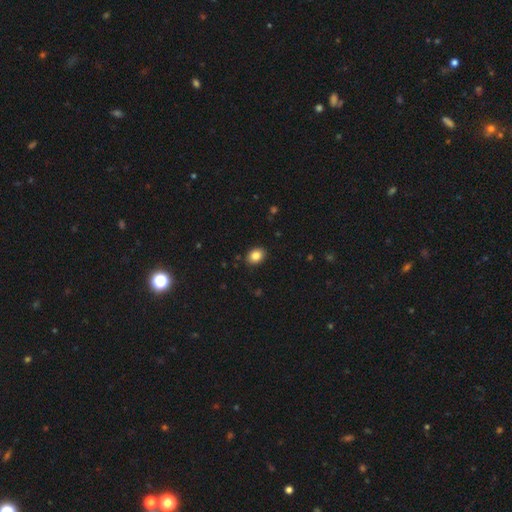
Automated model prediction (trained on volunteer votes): smooth_or_featured: smooth (p=0.85) [alt: star or artifact p=0.09]
how_rounded: in between (p=0.60) [alt: round p=0.39]
merging: none (p=0.89) [alt: minor disturbance p=0.08]